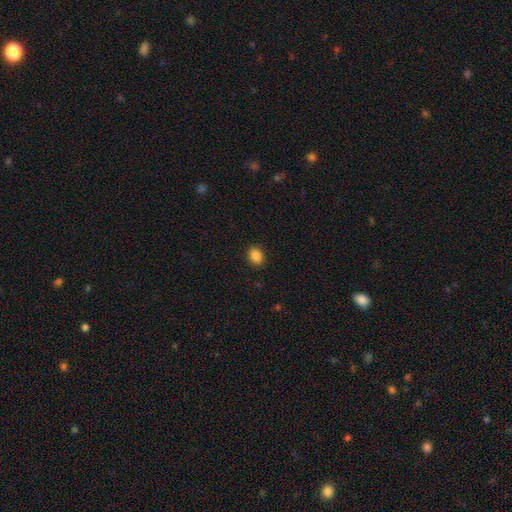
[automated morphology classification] A smooth galaxy with no disk features (88%) that is in between round and cigar-shaped (64%).

Vote fractions:
- Smooth or featured? smooth: 88% / star or artifact: 10% / featured or disk: 3%
- How rounded? in between: 64% / round: 35% / cigar-shaped: 1%
- Merging? none: 89% / minor disturbance: 7% / major disturbance: 2% / merger: 1%